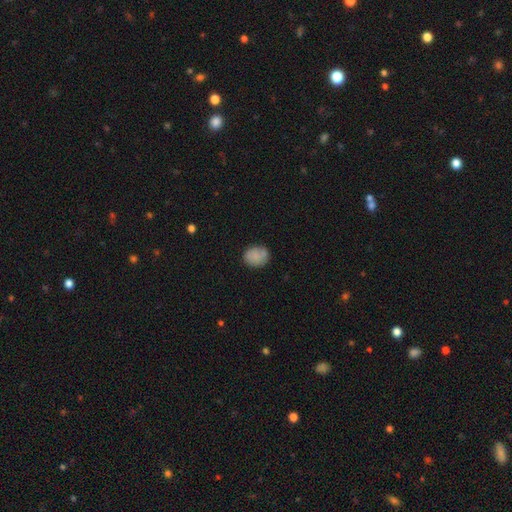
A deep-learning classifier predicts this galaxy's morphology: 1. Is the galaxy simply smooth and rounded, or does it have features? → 81% smooth, 11% featured or disk, 8% star or artifact.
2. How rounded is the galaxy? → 53% round, 46% in between, 1% cigar-shaped.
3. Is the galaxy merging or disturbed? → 68% none, 22% minor disturbance, 6% major disturbance, 4% merger.